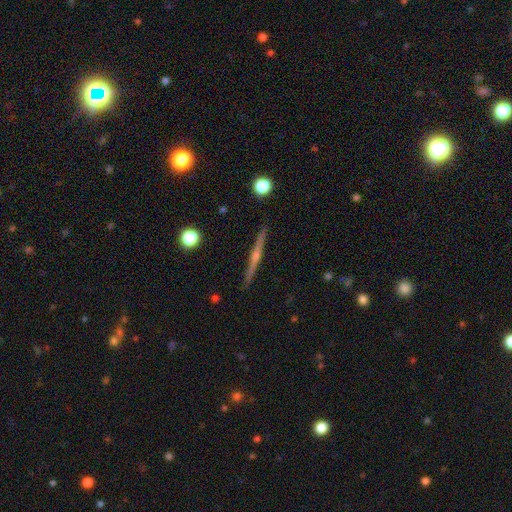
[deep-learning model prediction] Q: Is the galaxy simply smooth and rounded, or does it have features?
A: featured or disk — 76%.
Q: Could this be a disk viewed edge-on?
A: yes — 98%.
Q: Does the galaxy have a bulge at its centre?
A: rounded — 79%.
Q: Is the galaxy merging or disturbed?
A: none — 91%.